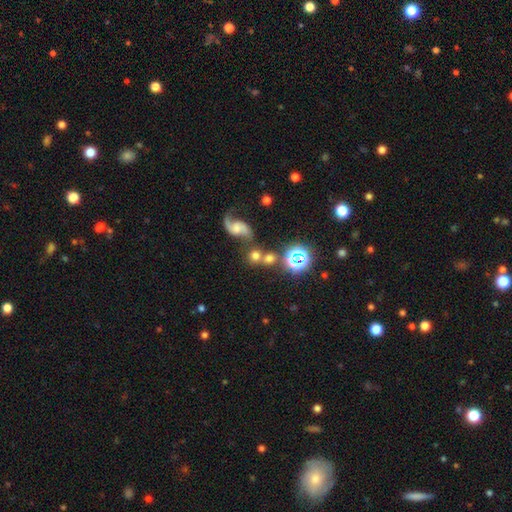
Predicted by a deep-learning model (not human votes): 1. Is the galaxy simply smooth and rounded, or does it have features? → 58% smooth, 23% featured or disk, 19% star or artifact.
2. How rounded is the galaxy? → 78% round, 20% in between, 2% cigar-shaped.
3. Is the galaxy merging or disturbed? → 47% none, 36% merger, 10% minor disturbance, 7% major disturbance.